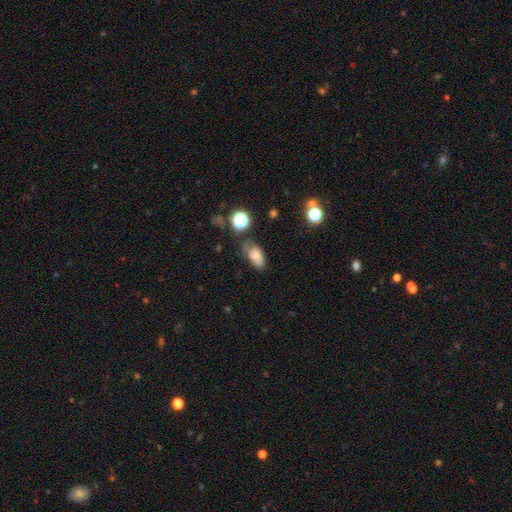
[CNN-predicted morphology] smooth 68%, featured or disk 18%, star or artifact 14%. Down the decision tree: how rounded — in between (88%); merging — none (50%).